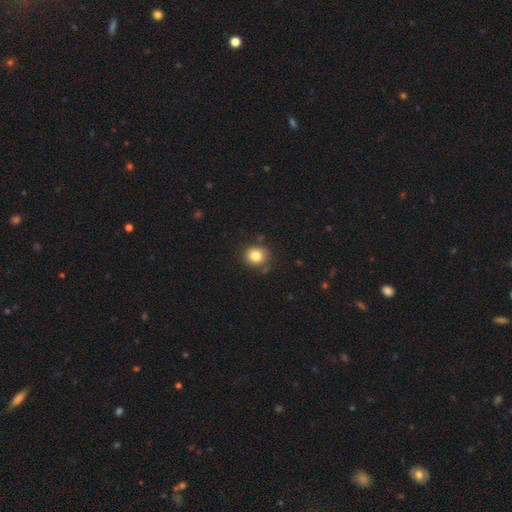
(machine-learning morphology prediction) Overall: smooth (82%). How rounded: round (83%). Merging: none (79%).